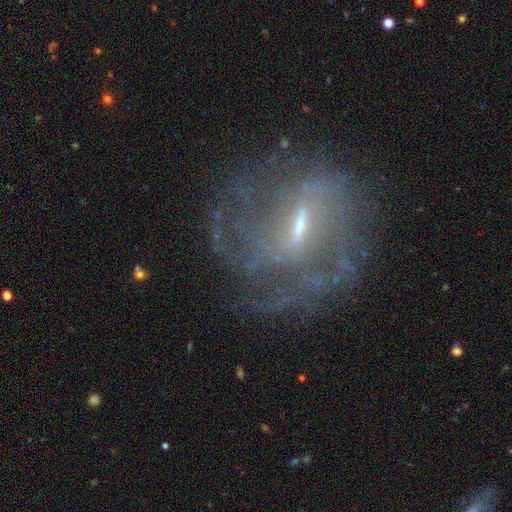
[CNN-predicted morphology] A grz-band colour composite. It shows a featured or disk galaxy (81%) with a weak bar (46%), medium (41%) spiral arms (84%) and a small central bulge (52%). Merging: none (62%).